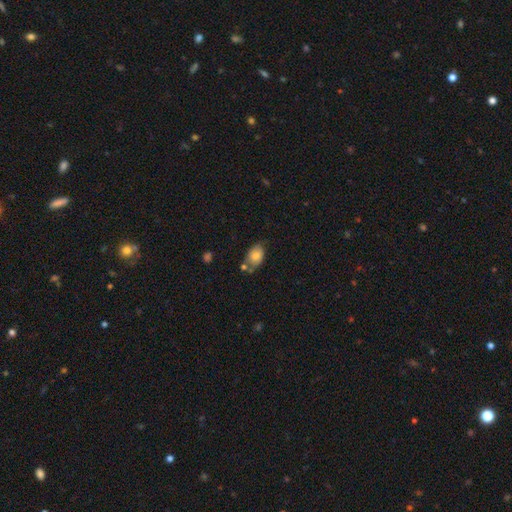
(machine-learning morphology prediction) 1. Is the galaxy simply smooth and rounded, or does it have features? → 74% smooth, 19% featured or disk, 8% star or artifact.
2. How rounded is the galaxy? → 81% in between, 18% round, 1% cigar-shaped.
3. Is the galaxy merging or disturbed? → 53% none, 24% minor disturbance, 16% merger, 6% major disturbance.